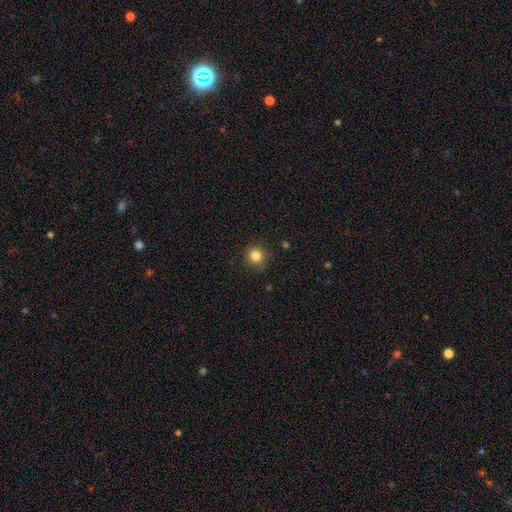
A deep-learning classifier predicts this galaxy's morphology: A smooth galaxy with no disk features (83%) that is round (93%).

Vote fractions:
- Smooth or featured? smooth: 83% / star or artifact: 12% / featured or disk: 5%
- How rounded? round: 93% / in between: 6% / cigar-shaped: 1%
- Merging? none: 89% / minor disturbance: 7% / major disturbance: 2% / merger: 1%